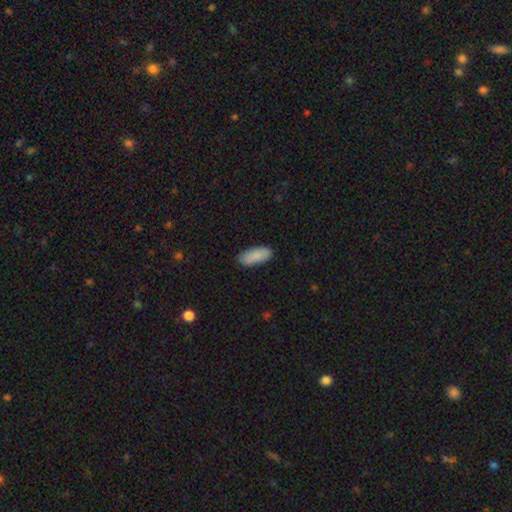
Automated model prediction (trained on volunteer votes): This is clearly a smooth galaxy (88%). How rounded: clearly in between (83%). Merging: clearly none (85%).